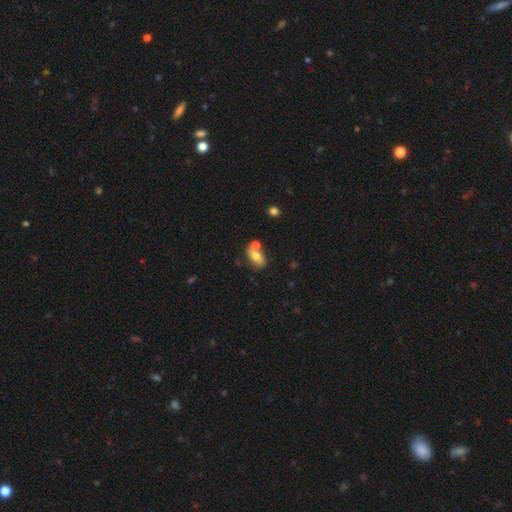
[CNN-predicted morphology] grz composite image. It shows a smooth galaxy with no disk features (69%) that is in between round and cigar-shaped (82%). Merging: none (43%).